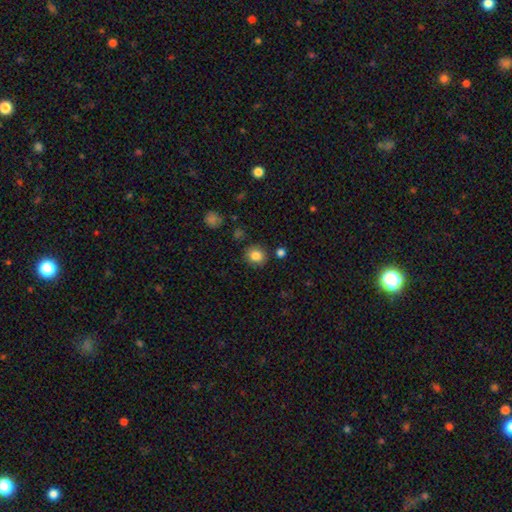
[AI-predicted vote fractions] A smooth galaxy with no disk features (84%) that is round (84%).

Vote fractions:
- Smooth or featured? smooth: 84% / star or artifact: 10% / featured or disk: 6%
- How rounded? round: 84% / in between: 15% / cigar-shaped: 1%
- Merging? none: 84% / minor disturbance: 9% / merger: 4% / major disturbance: 3%